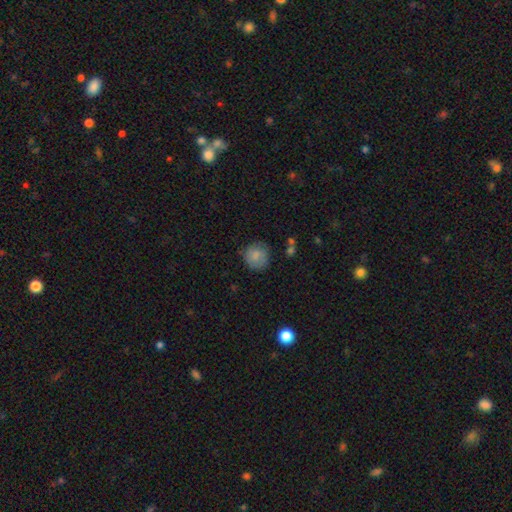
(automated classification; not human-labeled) smooth 82%, featured or disk 10%, star or artifact 8%. Down the decision tree: how rounded — round (90%); merging — none (77%).